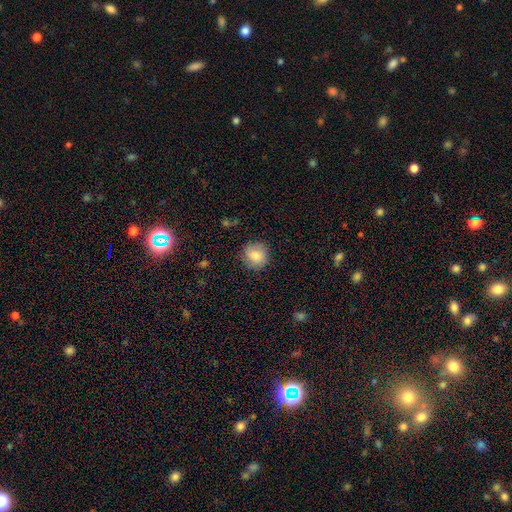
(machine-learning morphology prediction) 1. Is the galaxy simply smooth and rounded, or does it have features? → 82% smooth, 10% featured or disk, 8% star or artifact.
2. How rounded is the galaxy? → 92% round, 7% in between, 1% cigar-shaped.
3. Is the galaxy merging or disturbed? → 86% none, 10% minor disturbance, 3% major disturbance, 1% merger.